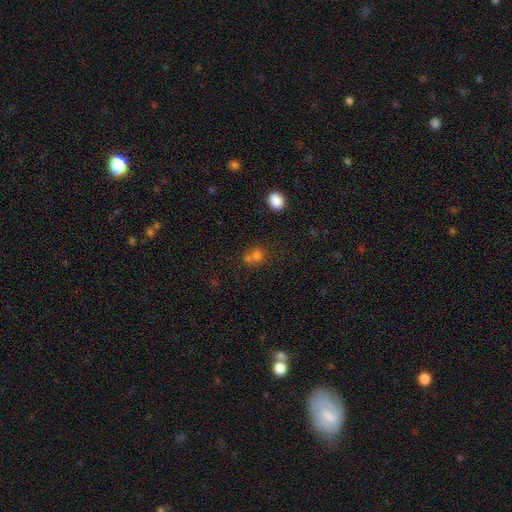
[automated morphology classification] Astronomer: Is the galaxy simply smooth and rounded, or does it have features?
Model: smooth — 70%.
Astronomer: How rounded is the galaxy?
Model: round — 79%.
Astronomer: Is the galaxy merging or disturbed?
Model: none — 46% (runner-up: merger, 43%).